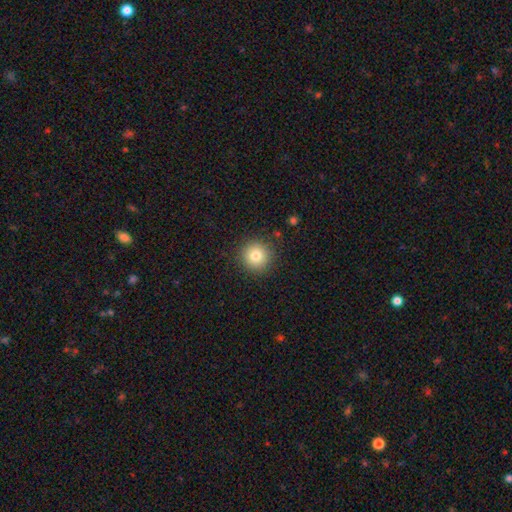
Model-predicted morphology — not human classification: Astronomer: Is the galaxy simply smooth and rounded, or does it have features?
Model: smooth — 81%.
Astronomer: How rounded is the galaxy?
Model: round — 94%.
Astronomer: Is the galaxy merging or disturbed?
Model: none — 89%.